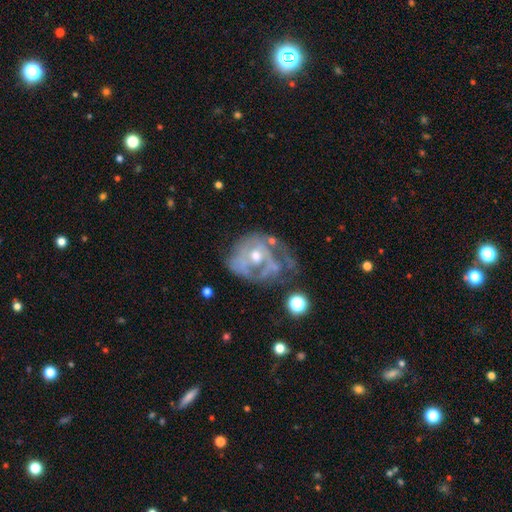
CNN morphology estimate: A featured or disk galaxy (74%) with no bar (73%), spiral arms (55%) and a moderate central bulge (63%).

Vote fractions:
- Smooth or featured? featured or disk: 74% / smooth: 17% / star or artifact: 9%
- Edge-on disk? no: 97% / yes: 3%
- Bar? no: 73% / weak: 22% / strong: 5%
- Spiral arms? yes: 55% / no: 45%
- Bulge size? moderate: 63% / small: 29% / large: 4% / none: 3% / dominant: 1%
- Merging? major disturbance: 38% / none: 30% / minor disturbance: 24% / merger: 8%